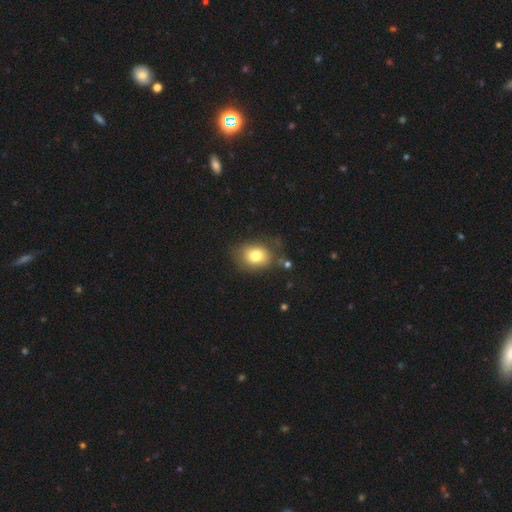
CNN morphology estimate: A smooth galaxy with no disk features (78%) that is in between round and cigar-shaped (57%).

Vote fractions:
- Smooth or featured? smooth: 78% / featured or disk: 12% / star or artifact: 10%
- How rounded? in between: 57% / round: 42% / cigar-shaped: 1%
- Merging? none: 70% / minor disturbance: 20% / major disturbance: 7% / merger: 4%